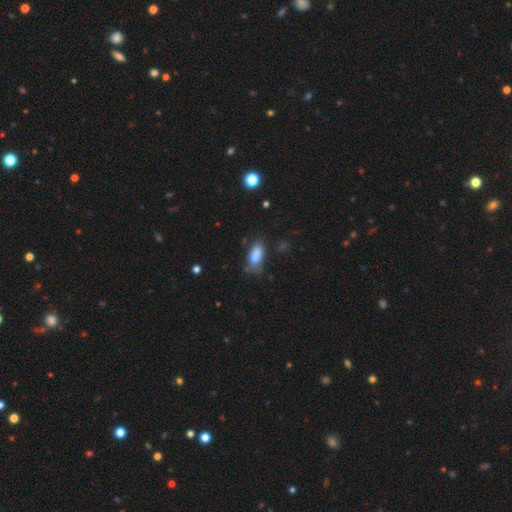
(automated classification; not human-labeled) smooth-or-featured: smooth: 78% | featured or disk: 12% | star or artifact: 10%
  how-rounded: in between: 84% | cigar-shaped: 12% | round: 4%
  merging: none: 51% | minor disturbance: 29% | major disturbance: 12% | merger: 8%